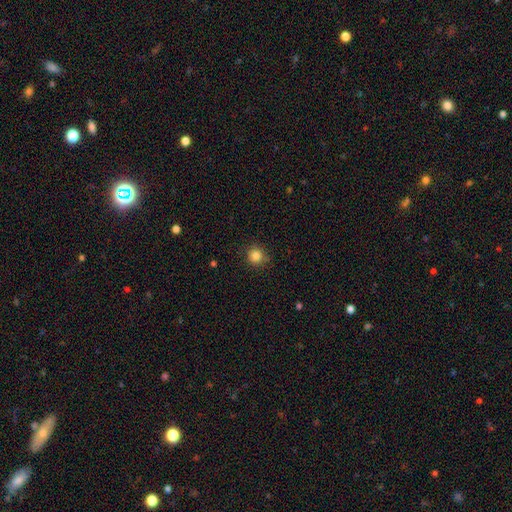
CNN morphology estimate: The model was most divided on "smooth or featured": smooth: 84%, star or artifact: 11%, featured or disk: 4%. More confident: how rounded — round (93%); merging — none (88%).